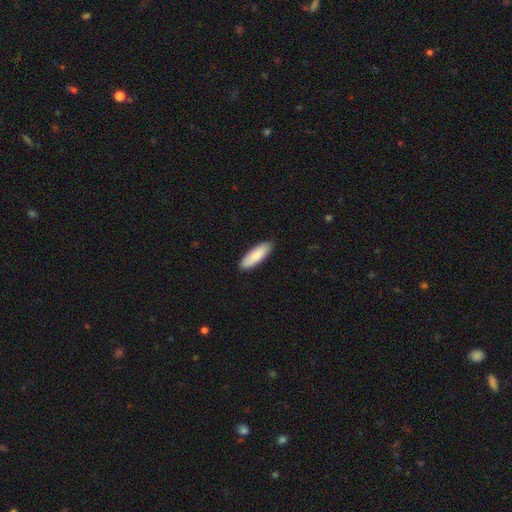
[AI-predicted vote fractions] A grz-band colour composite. It shows a smooth galaxy with no disk features (87%) that is in between round and cigar-shaped (59%). Merging: none (89%).